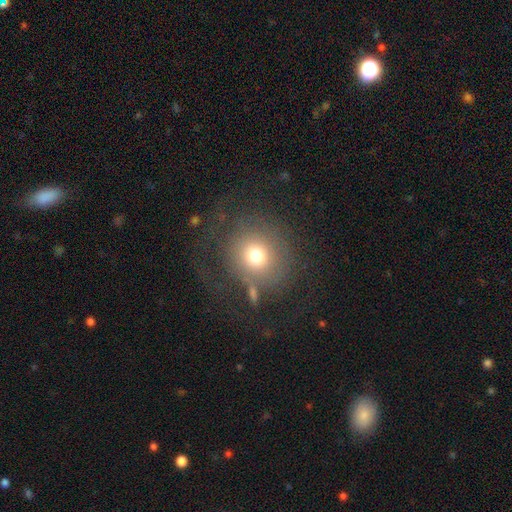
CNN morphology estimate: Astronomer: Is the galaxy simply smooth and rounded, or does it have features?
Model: smooth — 69%.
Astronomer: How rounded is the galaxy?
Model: round — 88%.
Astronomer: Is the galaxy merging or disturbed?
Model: none — 60%.